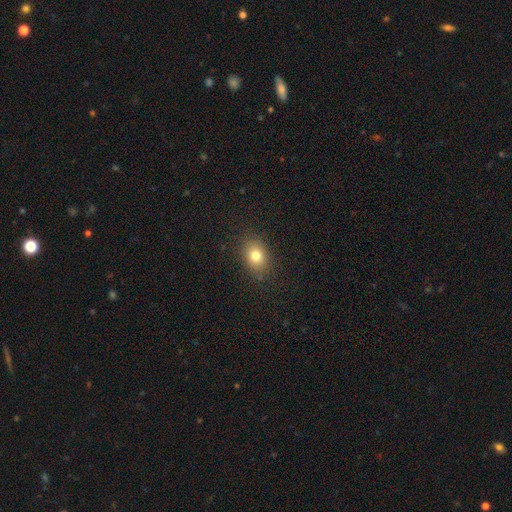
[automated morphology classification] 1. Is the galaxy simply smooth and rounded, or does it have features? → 79% smooth, 12% star or artifact, 9% featured or disk.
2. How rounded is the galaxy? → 55% in between, 44% round, 1% cigar-shaped.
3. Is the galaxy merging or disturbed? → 86% none, 10% minor disturbance, 3% major disturbance, 1% merger.